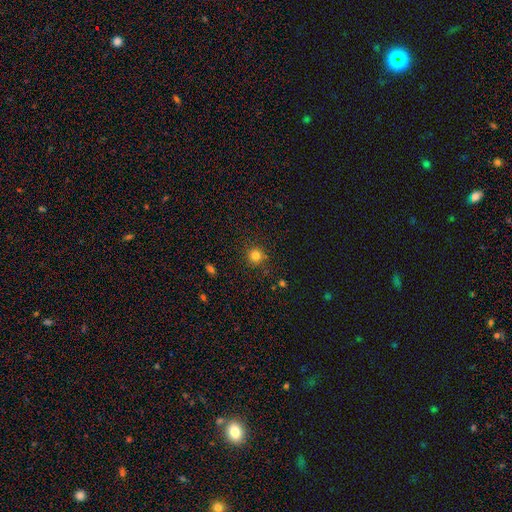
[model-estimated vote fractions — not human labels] This appears to be a smooth galaxy with no disk features (81%) that is round (94%). Merging: none (88%).